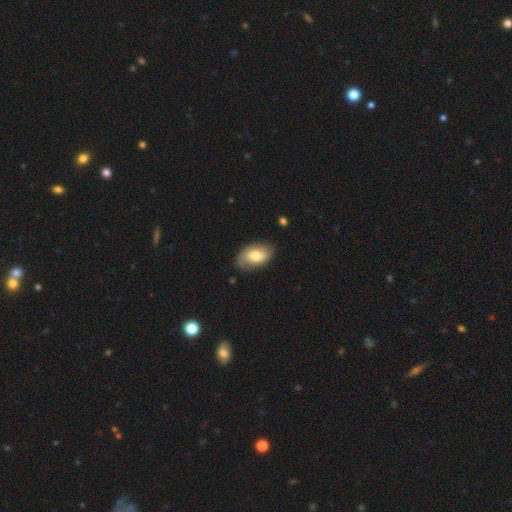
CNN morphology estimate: Overall: smooth (70%). How rounded: in between (91%). Merging: none (75%).